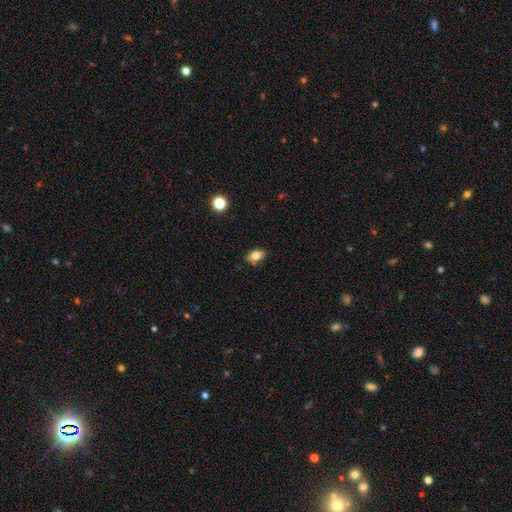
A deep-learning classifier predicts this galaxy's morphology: type=smooth (80%); roundness=in between (84%); merging=none (81%).